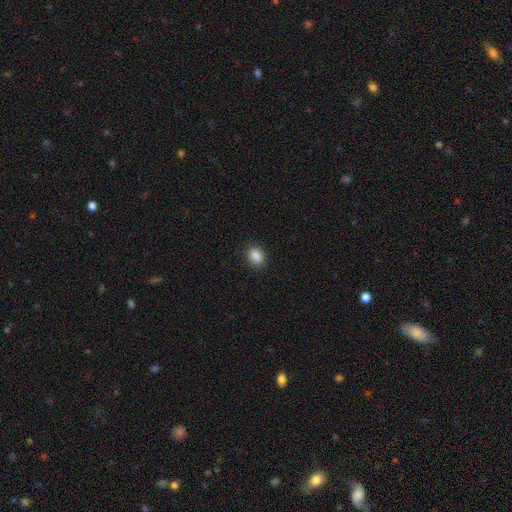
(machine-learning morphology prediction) Smooth or featured?
  - smooth: 88% *
  - star or artifact: 9%
  - featured or disk: 3%
How rounded?
  - in between: 56% *
  - round: 43%
  - cigar-shaped: 1%
Merging?
  - none: 88% *
  - minor disturbance: 9%
  - major disturbance: 2%
  - merger: 1%